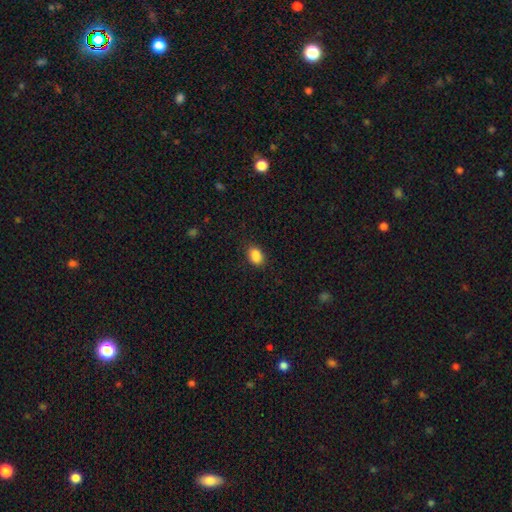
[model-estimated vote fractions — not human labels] Smooth or featured? smooth (87%)
How rounded? in between (80%)
Merging? none (80%)